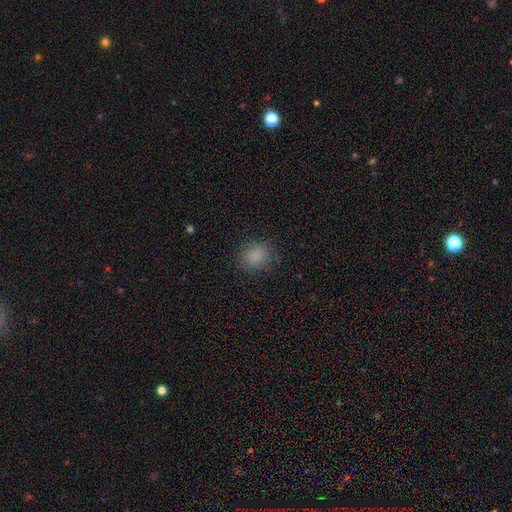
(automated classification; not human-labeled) Smooth or featured? Predicted: smooth (p=0.85). How rounded? Predicted: round (p=0.68). Merging? Predicted: none (p=0.86).